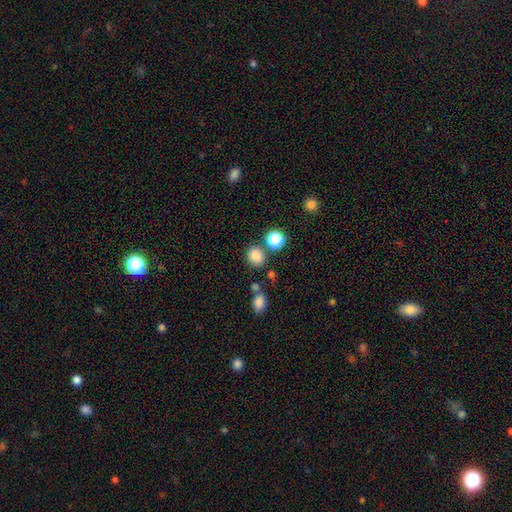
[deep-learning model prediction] This appears to be a smooth galaxy with no disk features (82%) that is round (69%). Merging: none (73%).